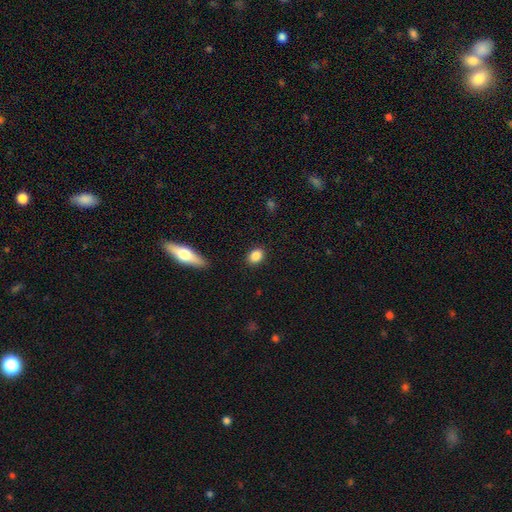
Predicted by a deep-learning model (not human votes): Smooth or featured?
  - smooth: 87% *
  - star or artifact: 8%
  - featured or disk: 5%
How rounded?
  - in between: 60% *
  - round: 38%
  - cigar-shaped: 2%
Merging?
  - none: 87% *
  - minor disturbance: 9%
  - major disturbance: 2%
  - merger: 1%